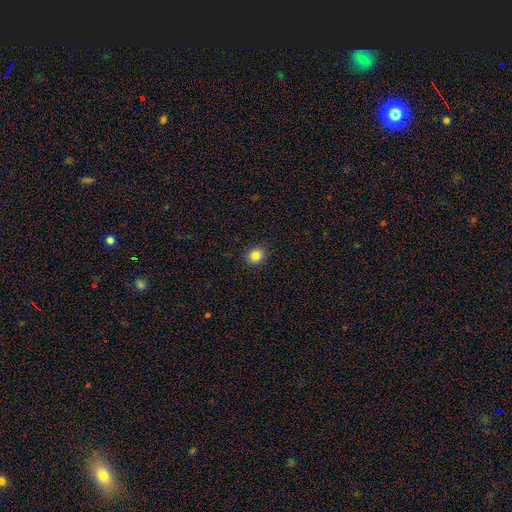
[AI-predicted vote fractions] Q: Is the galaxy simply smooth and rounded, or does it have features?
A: smooth — 85%.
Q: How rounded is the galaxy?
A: round — 86%.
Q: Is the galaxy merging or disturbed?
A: none — 89%.